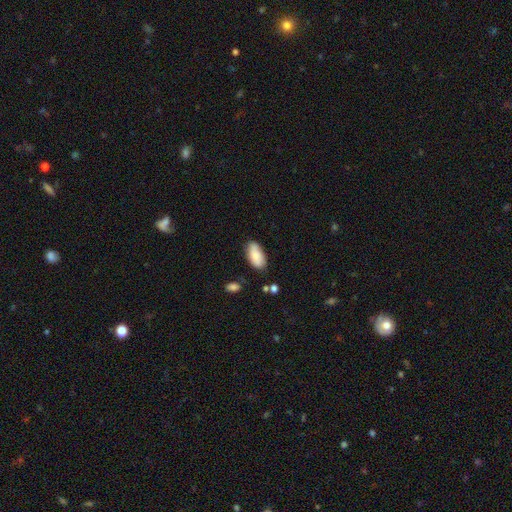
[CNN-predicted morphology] This appears to be a smooth galaxy with no disk features (84%) that is in between round and cigar-shaped (92%). Merging: none (73%).